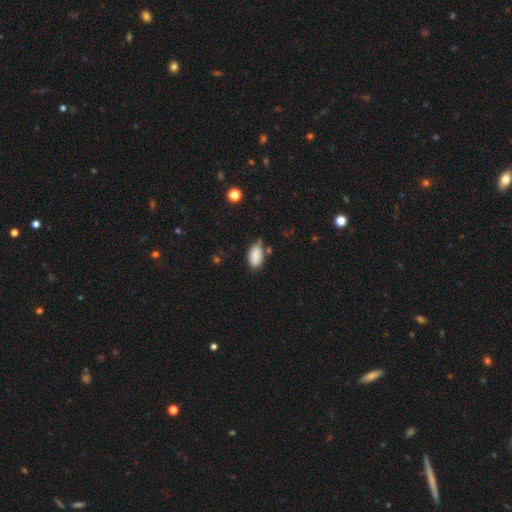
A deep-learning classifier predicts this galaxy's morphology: smooth_or_featured: smooth (p=0.87) [alt: star or artifact p=0.08]
how_rounded: in between (p=0.92) [alt: round p=0.06]
merging: none (p=0.59) [alt: minor disturbance p=0.29]